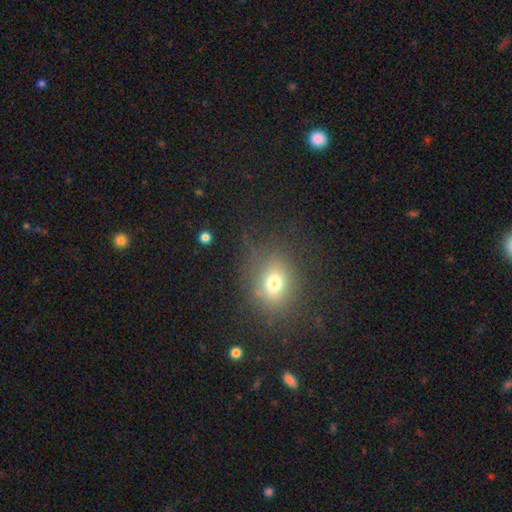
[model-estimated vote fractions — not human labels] Smooth or featured? Predicted: smooth (p=0.67). How rounded? Predicted: round (p=0.51). Merging? Predicted: none (p=0.78).